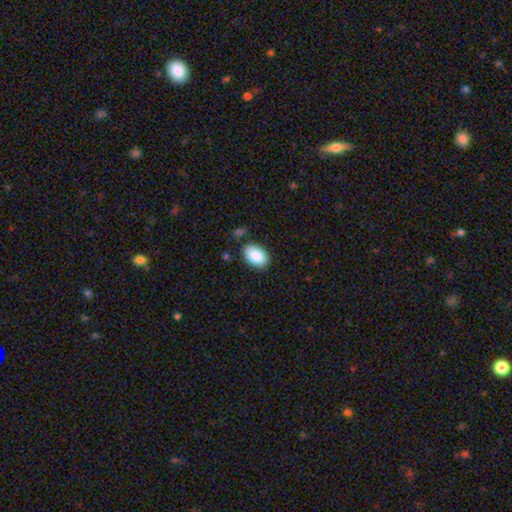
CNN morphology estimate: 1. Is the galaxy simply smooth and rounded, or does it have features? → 88% smooth, 7% star or artifact, 6% featured or disk.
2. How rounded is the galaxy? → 89% in between, 10% round, 1% cigar-shaped.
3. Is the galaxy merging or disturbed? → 83% none, 11% minor disturbance, 3% major disturbance, 3% merger.